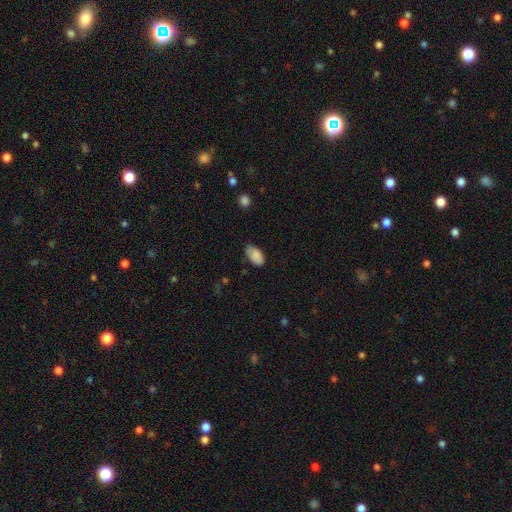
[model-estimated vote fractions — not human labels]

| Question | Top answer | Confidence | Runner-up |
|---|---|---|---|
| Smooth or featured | smooth | 86% | featured or disk (7%) |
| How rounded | in between | 95% | round (4%) |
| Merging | none | 70% | minor disturbance (24%) |